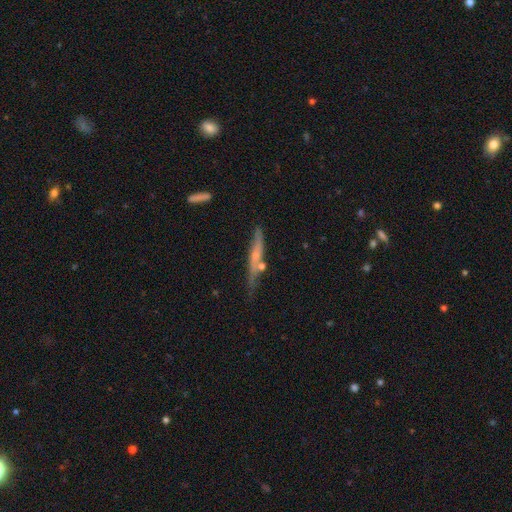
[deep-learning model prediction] smooth_or_featured: featured or disk (p=0.56) [alt: smooth p=0.37]
disk_edge_on: yes (p=0.85) [alt: no p=0.15]
merging: none (p=0.61) [alt: minor disturbance p=0.23]